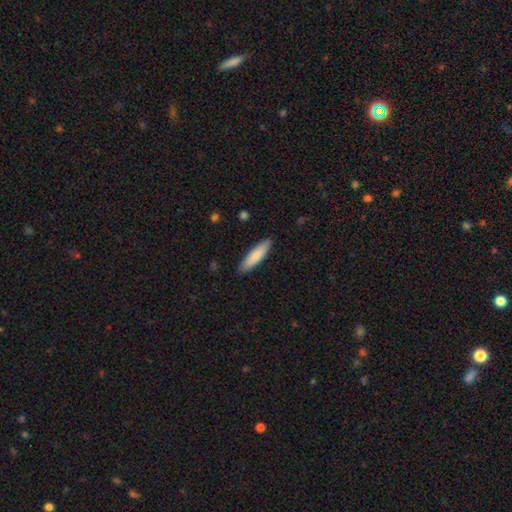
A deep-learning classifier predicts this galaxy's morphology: The model was most divided on "how rounded": cigar-shaped: 69%, in between: 30%, round: 1%. More confident: merging — none (88%); smooth or featured — smooth (82%).